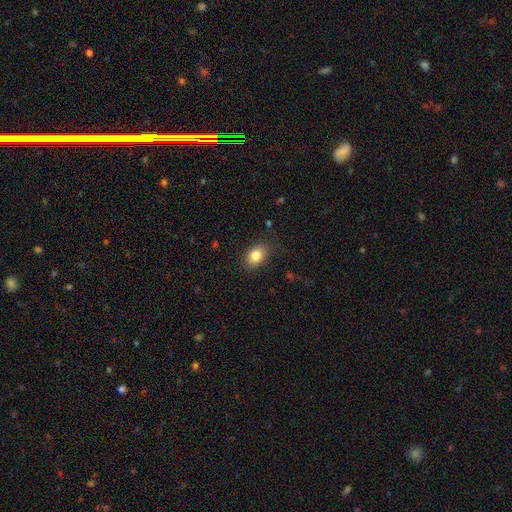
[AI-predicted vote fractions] Q: Smooth or featured?
A: smooth (83%); runner-up: star or artifact (9%)
Q: How rounded?
A: in between (76%); runner-up: round (22%)
Q: Merging?
A: none (83%); runner-up: minor disturbance (13%)